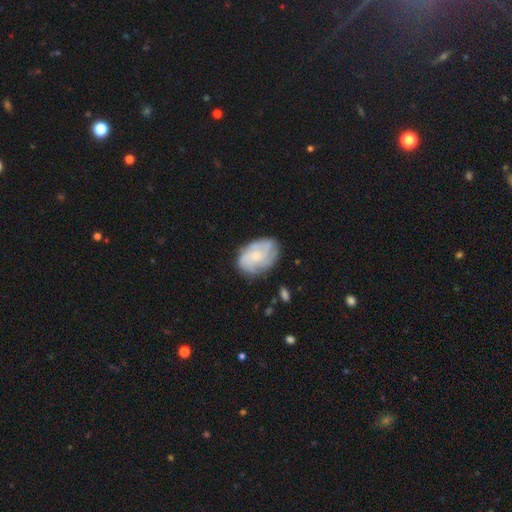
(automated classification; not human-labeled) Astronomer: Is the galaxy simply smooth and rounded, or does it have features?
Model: featured or disk — 62%.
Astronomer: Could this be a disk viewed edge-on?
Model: no — 97%.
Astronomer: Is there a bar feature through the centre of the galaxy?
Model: no — 78%.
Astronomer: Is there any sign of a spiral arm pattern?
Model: yes — 84%.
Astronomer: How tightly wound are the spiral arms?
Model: tight — 50% (runner-up: medium, 35%).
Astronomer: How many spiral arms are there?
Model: can't tell — 41% (runner-up: 3, 20%).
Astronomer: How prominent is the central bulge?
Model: small — 62%.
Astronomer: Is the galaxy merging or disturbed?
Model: none — 71%.